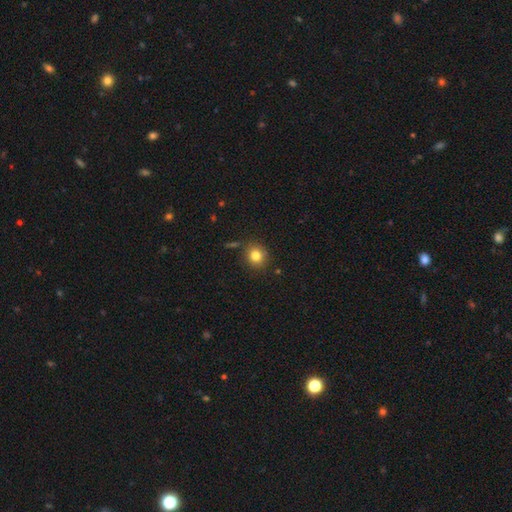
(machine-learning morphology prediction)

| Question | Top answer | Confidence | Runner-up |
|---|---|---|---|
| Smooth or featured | smooth | 80% | star or artifact (12%) |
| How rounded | round | 84% | in between (15%) |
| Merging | none | 85% | minor disturbance (9%) |